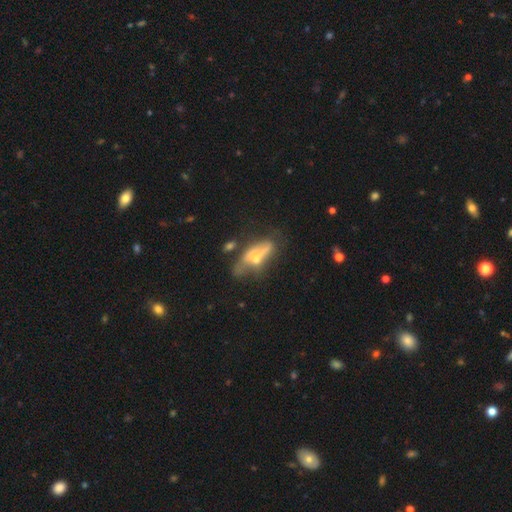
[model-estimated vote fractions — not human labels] Smooth or featured?
  - featured or disk: 52% *
  - smooth: 39%
  - star or artifact: 10%
Edge-on disk?
  - no: 62% *
  - yes: 38%
Merging?
  - none: 30% *
  - major disturbance: 29%
  - minor disturbance: 23%
  - merger: 18%